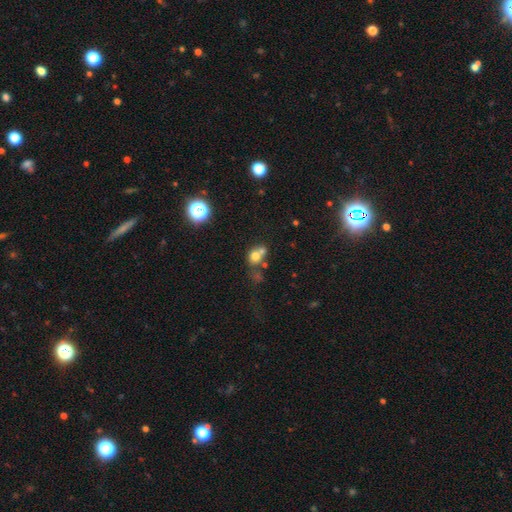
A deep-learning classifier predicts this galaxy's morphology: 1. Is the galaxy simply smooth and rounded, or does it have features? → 69% smooth, 16% featured or disk, 15% star or artifact.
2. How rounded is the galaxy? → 69% round, 29% in between, 1% cigar-shaped.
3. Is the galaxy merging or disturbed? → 52% merger, 31% none, 10% minor disturbance, 7% major disturbance.